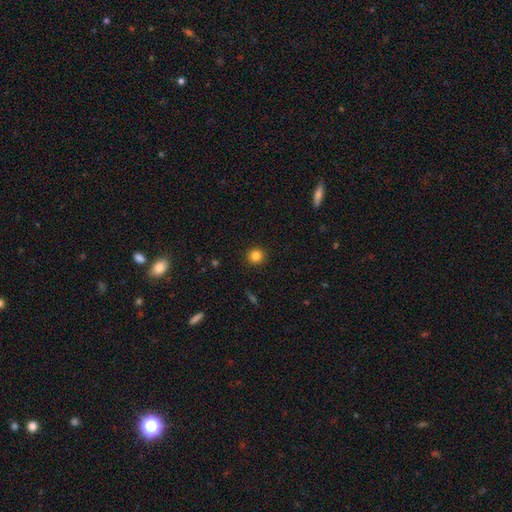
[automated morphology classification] type=smooth (84%); roundness=round (94%); merging=none (92%).